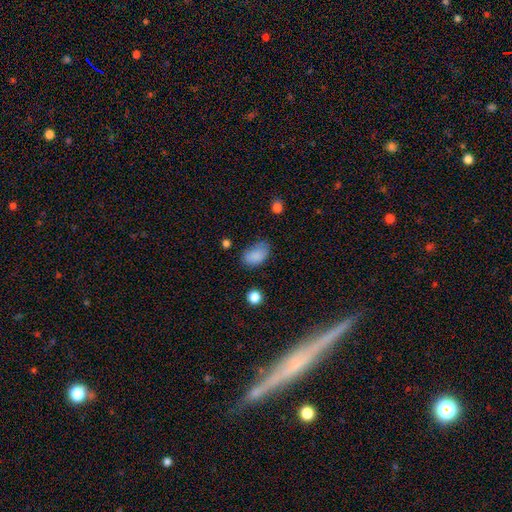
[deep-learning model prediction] Smooth or featured? Predicted: smooth (p=0.86). How rounded? Predicted: in between (p=0.88). Merging? Predicted: none (p=0.66).